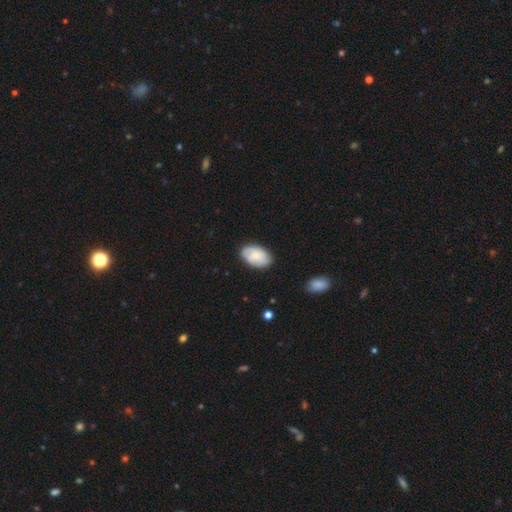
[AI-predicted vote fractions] This is possibly a smooth galaxy (55%). How rounded: clearly in between (90%). Merging: likely none (79%).